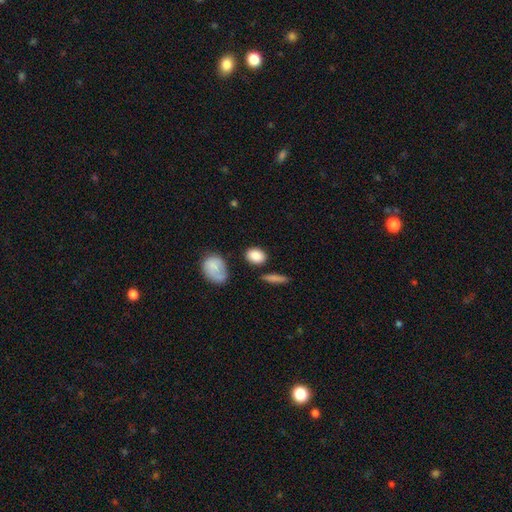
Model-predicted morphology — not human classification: Smooth or featured? Predicted: smooth (p=0.86). How rounded? Predicted: in between (p=0.65). Merging? Predicted: none (p=0.79).